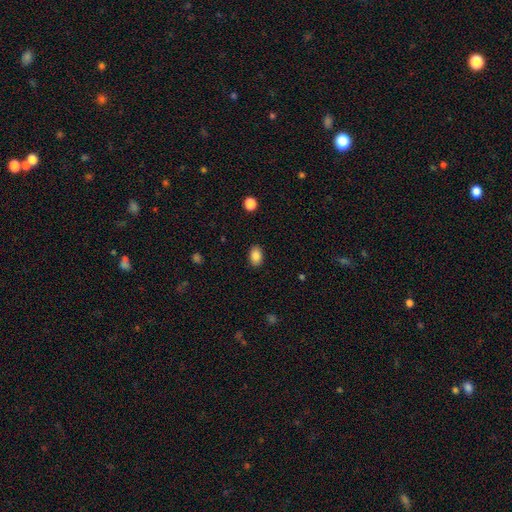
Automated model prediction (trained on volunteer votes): smooth 87%, star or artifact 8%, featured or disk 5%. Down the decision tree: how rounded — in between (85%); merging — none (88%).